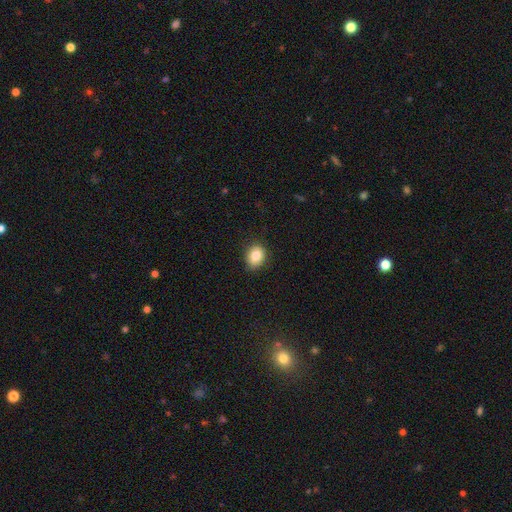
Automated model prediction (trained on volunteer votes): A smooth galaxy with no disk features (83%) that is round (54%). Merging: none (87%).